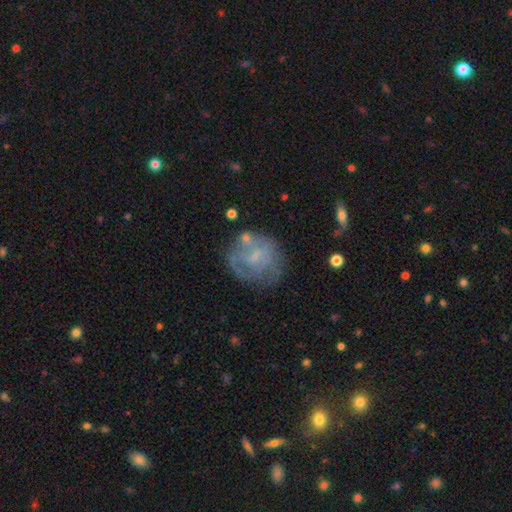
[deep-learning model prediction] Overall: featured or disk (57%; smooth 33%). Edge-on disk: no (97%). Bar: no (55%; weak 38%). Spiral arms: no (51%; yes 49%). Bulge size: small (49%; none 31%). Merging: none (57%; minor disturbance 22%).